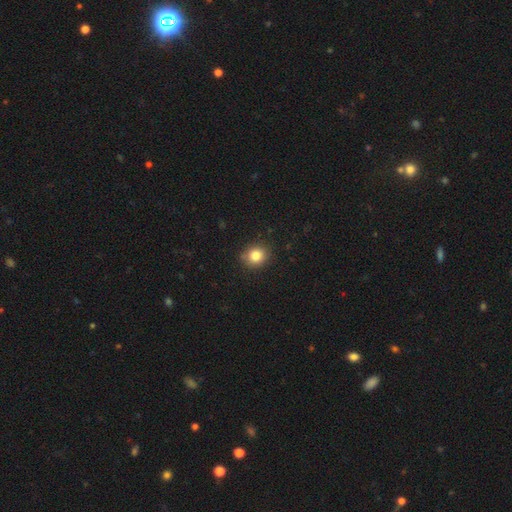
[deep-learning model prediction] This is clearly a smooth galaxy (83%). How rounded: likely round (79%). Merging: clearly none (86%).